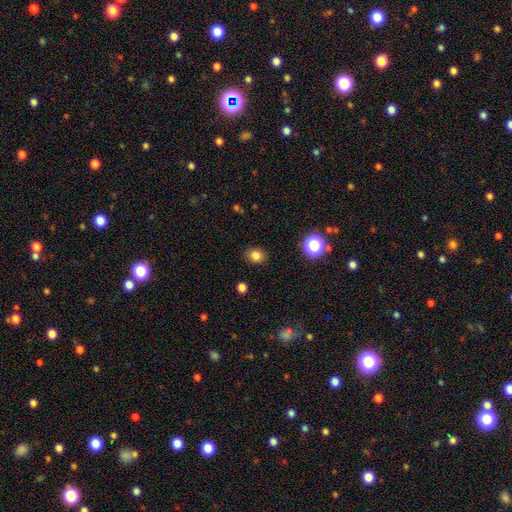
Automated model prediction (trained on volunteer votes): This is clearly a smooth galaxy (82%). How rounded: likely round (69%). Merging: clearly none (88%).